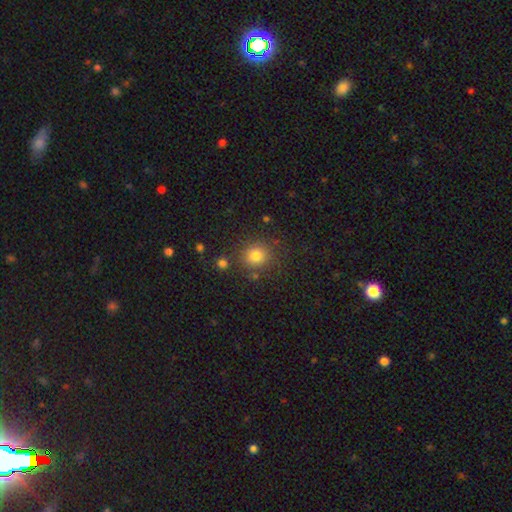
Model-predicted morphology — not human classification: Smooth or featured: smooth — 80% (star or artifact — 13%)
How rounded: round — 87% (in between — 13%)
Merging: none — 81% (minor disturbance — 10%)